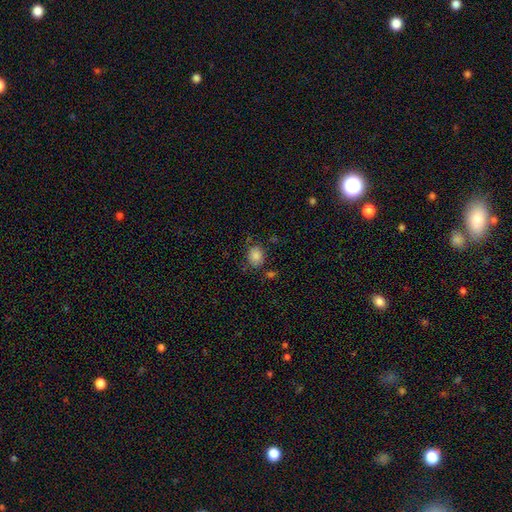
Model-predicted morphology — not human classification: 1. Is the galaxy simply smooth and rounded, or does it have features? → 84% smooth, 10% star or artifact, 6% featured or disk.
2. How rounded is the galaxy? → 59% round, 40% in between, 1% cigar-shaped.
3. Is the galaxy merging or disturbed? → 72% none, 17% minor disturbance, 6% merger, 5% major disturbance.